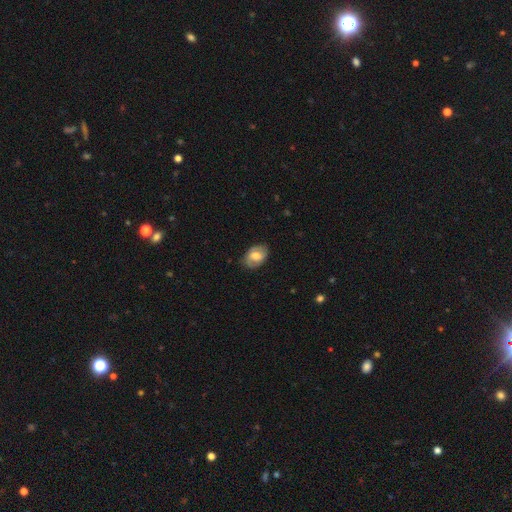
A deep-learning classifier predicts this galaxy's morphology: This appears to be a smooth galaxy with no disk features (62%) that is in between round and cigar-shaped (84%). Merging: none (78%).